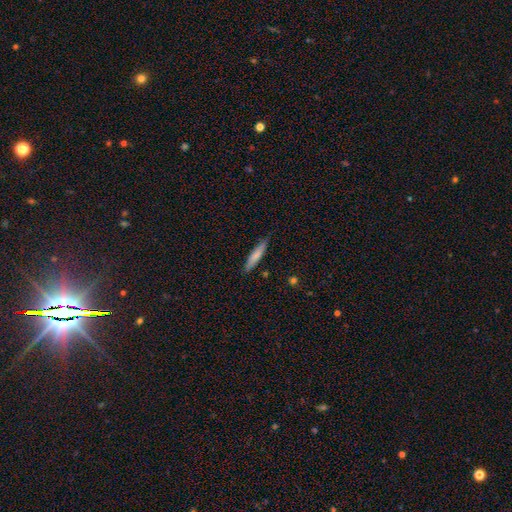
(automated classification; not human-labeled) Smooth or featured: smooth — 75% (featured or disk — 19%)
How rounded: cigar-shaped — 87% (in between — 11%)
Merging: none — 85% (minor disturbance — 12%)